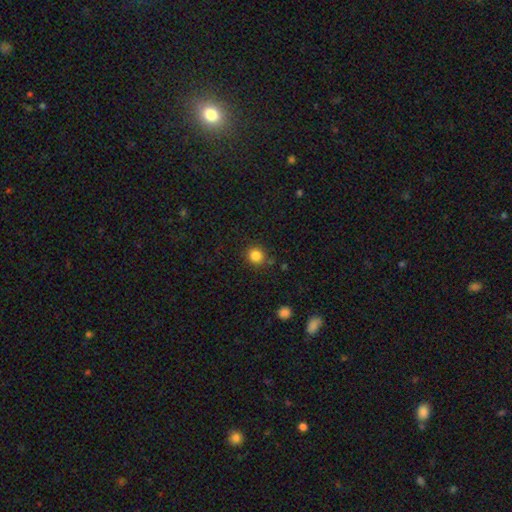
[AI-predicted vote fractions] smooth-or-featured: smooth: 84% | star or artifact: 11% | featured or disk: 4%
  how-rounded: round: 87% | in between: 12% | cigar-shaped: 1%
  merging: none: 84% | minor disturbance: 10% | major disturbance: 3% | merger: 3%